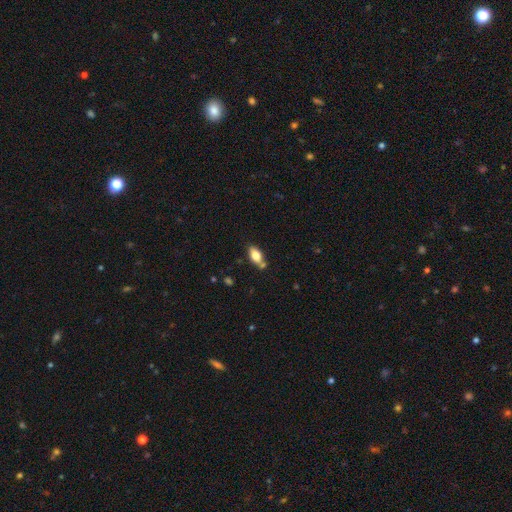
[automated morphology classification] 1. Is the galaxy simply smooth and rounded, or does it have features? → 77% smooth, 16% featured or disk, 8% star or artifact.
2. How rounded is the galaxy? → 89% in between, 6% cigar-shaped, 5% round.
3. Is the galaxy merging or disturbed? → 67% none, 16% minor disturbance, 14% merger, 4% major disturbance.